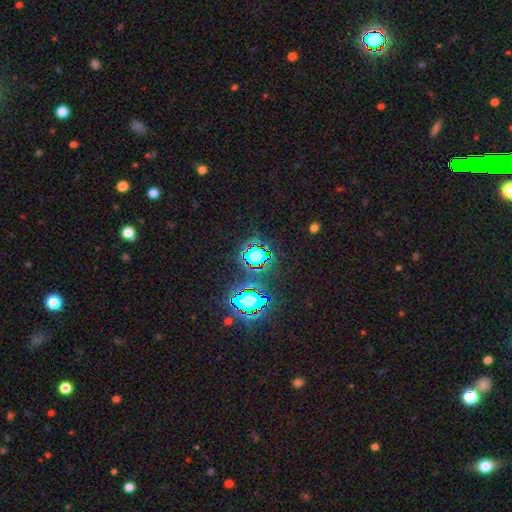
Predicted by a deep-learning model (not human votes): smooth_or_featured: star or artifact (p=0.67) [alt: smooth p=0.24]